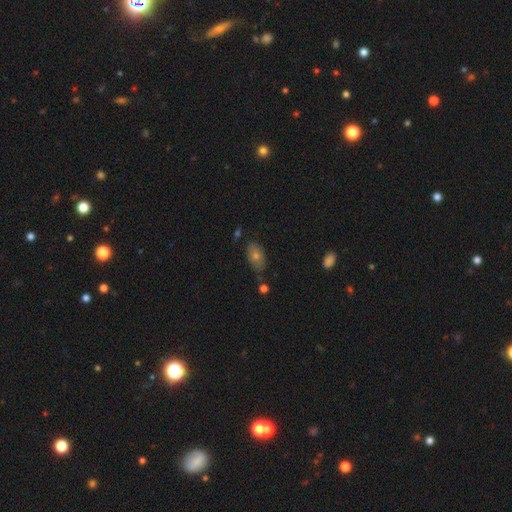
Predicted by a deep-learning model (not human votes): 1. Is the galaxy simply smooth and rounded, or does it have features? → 59% smooth, 25% featured or disk, 16% star or artifact.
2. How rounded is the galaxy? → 85% in between, 11% round, 4% cigar-shaped.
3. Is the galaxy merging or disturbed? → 66% none, 23% minor disturbance, 6% merger, 6% major disturbance.